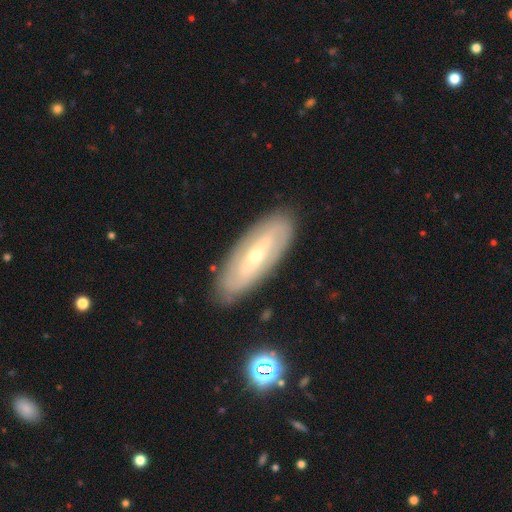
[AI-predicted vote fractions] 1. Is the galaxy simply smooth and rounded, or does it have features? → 66% featured or disk, 27% smooth, 7% star or artifact.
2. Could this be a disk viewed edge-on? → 81% no, 19% yes.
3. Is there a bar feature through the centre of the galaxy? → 55% no, 29% weak, 15% strong.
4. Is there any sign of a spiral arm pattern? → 58% yes, 42% no.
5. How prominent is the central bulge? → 61% small, 36% moderate, 1% large, 1% none, 1% dominant.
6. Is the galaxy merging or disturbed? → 86% none, 10% minor disturbance, 3% major disturbance, 1% merger.